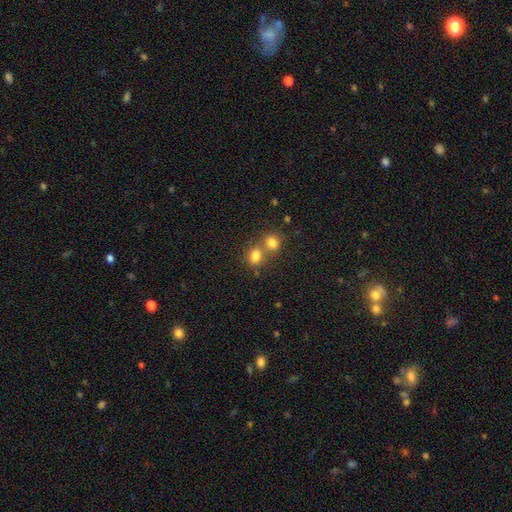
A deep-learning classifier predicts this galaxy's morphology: Overall: smooth (80%). How rounded: round (50%; in between 48%). Merging: merger (47%; none 41%).